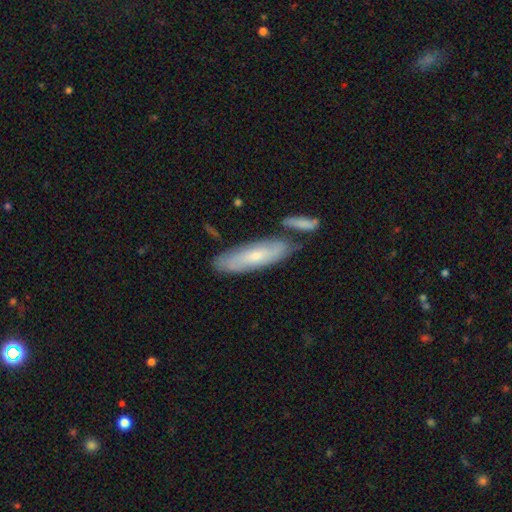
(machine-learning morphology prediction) Overall: smooth (53%; featured or disk 41%). How rounded: cigar-shaped (56%; in between 42%). Merging: none (62%).